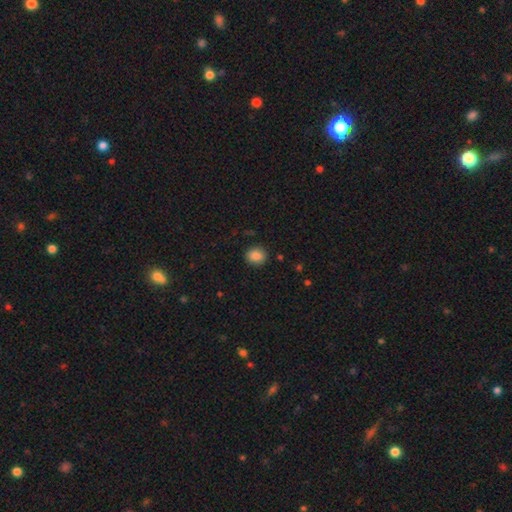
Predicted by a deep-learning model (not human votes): Morphology: type=smooth (86%); roundness=round (72%); merging=none (89%).